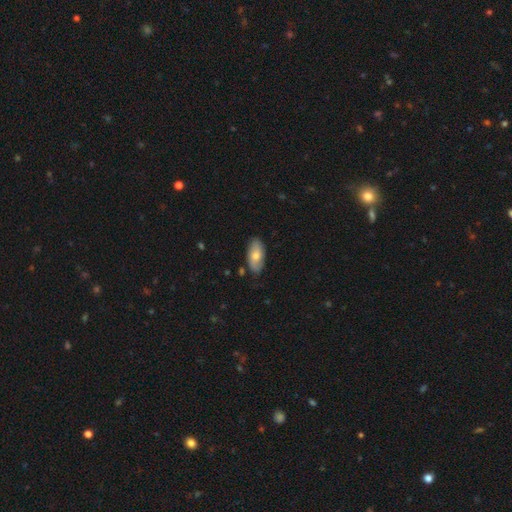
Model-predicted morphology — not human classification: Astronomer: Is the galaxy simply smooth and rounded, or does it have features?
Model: smooth — 67%.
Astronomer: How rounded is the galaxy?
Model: in between — 93%.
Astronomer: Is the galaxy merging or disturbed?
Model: none — 80%.